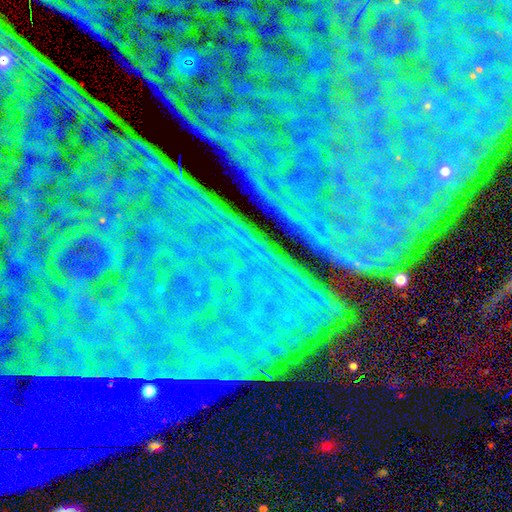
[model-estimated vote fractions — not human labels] This appears to be a star or artifact, not a galaxy (85%).